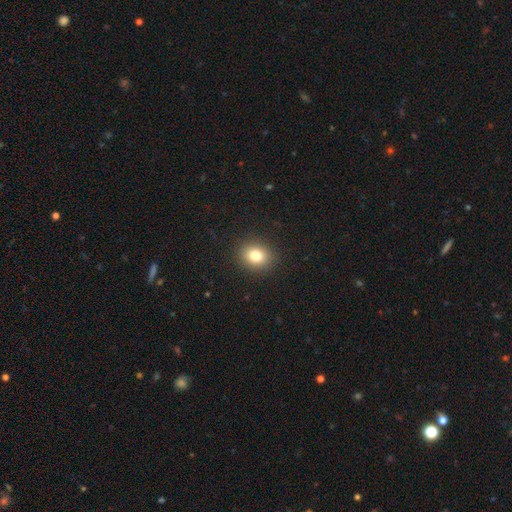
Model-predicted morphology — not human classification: smooth_or_featured: smooth (p=0.81) [alt: star or artifact p=0.12]
how_rounded: round (p=0.64) [alt: in between p=0.35]
merging: none (p=0.90) [alt: minor disturbance p=0.06]